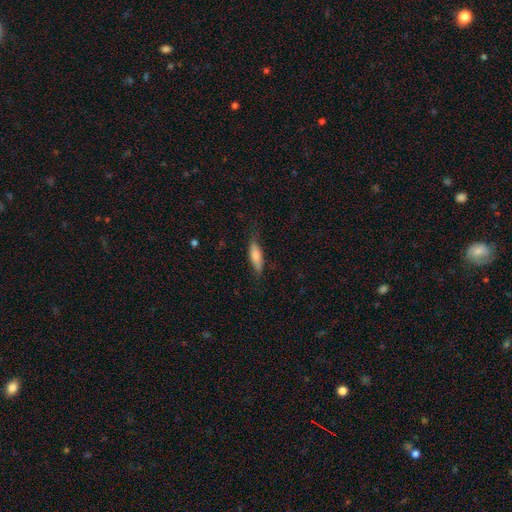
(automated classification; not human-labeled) Q: Smooth or featured?
A: smooth (73%); runner-up: featured or disk (21%)
Q: How rounded?
A: cigar-shaped (54%); runner-up: in between (44%)
Q: Merging?
A: none (73%); runner-up: minor disturbance (20%)